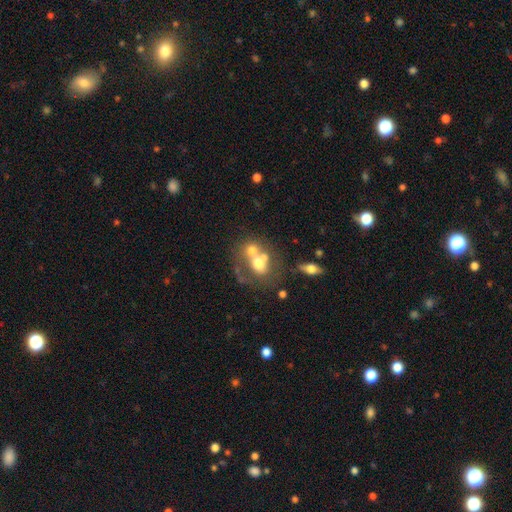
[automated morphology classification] Q: Smooth or featured?
A: smooth (50%); runner-up: featured or disk (38%)
Q: Merging?
A: merger (59%); runner-up: none (25%)